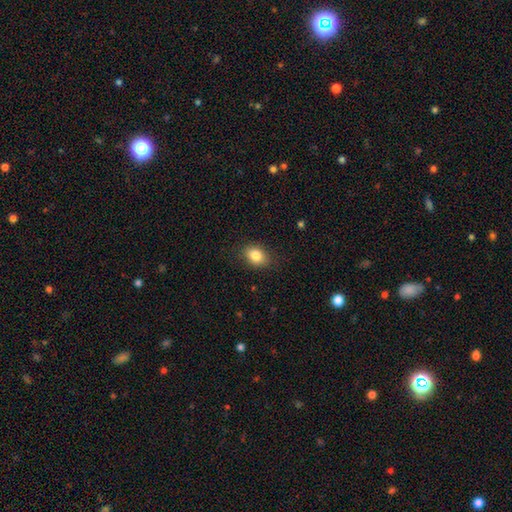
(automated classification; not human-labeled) Smooth or featured: smooth — 84% (star or artifact — 9%)
How rounded: in between — 72% (round — 27%)
Merging: none — 85% (minor disturbance — 11%)